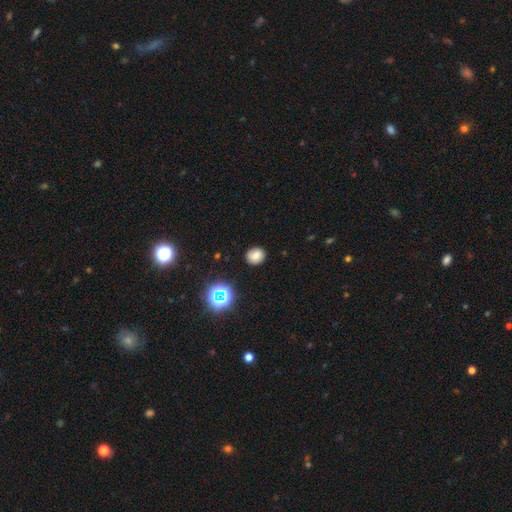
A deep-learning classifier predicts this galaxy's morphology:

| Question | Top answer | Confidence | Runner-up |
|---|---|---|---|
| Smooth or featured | smooth | 72% | star or artifact (16%) |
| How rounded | round | 79% | in between (20%) |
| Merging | none | 87% | minor disturbance (9%) |